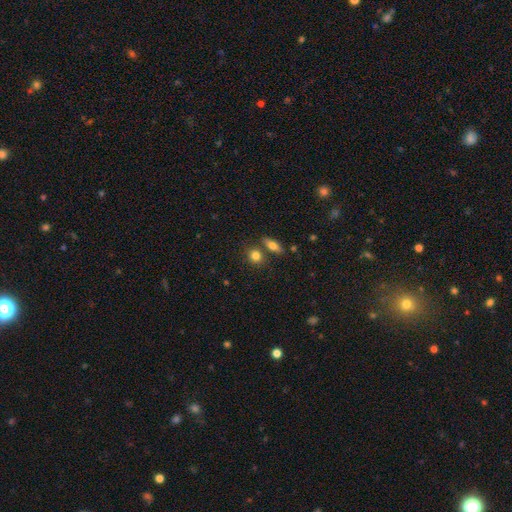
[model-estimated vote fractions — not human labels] Smooth or featured? Predicted: smooth (p=0.80). How rounded? Predicted: round (p=0.60). Merging? Predicted: none (p=0.65).